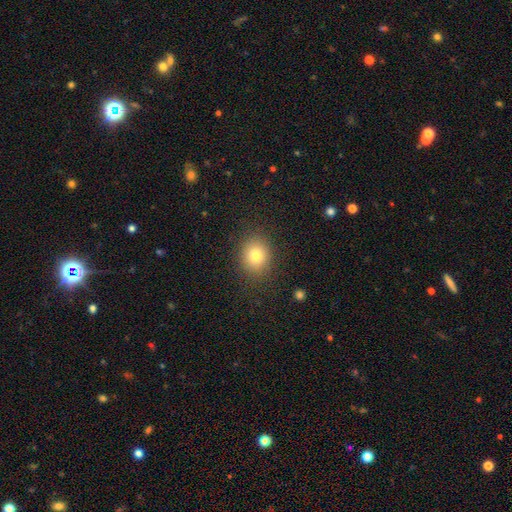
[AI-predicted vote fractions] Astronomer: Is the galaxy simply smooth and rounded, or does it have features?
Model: smooth — 78%.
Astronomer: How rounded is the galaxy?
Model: round — 64%.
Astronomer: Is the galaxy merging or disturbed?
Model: none — 86%.